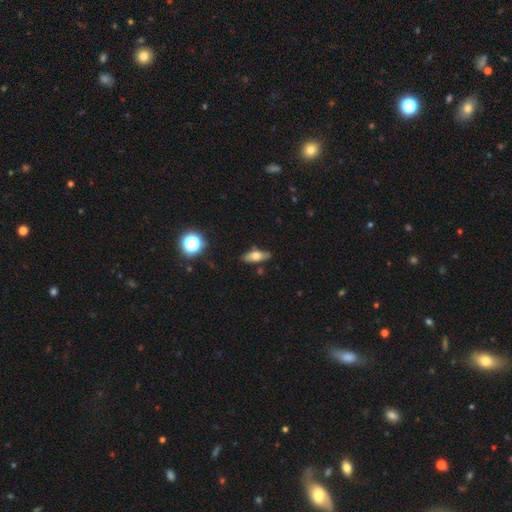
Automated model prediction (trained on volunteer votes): smooth 62%, featured or disk 29%, star or artifact 9%. Down the decision tree: how rounded — in between (62%); merging — none (81%).